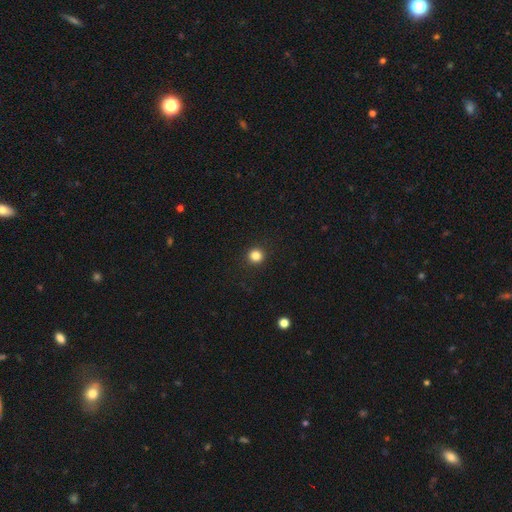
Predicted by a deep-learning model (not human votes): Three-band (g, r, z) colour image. It shows a smooth galaxy with no disk features (84%) that is round (94%). Merging: none (93%).